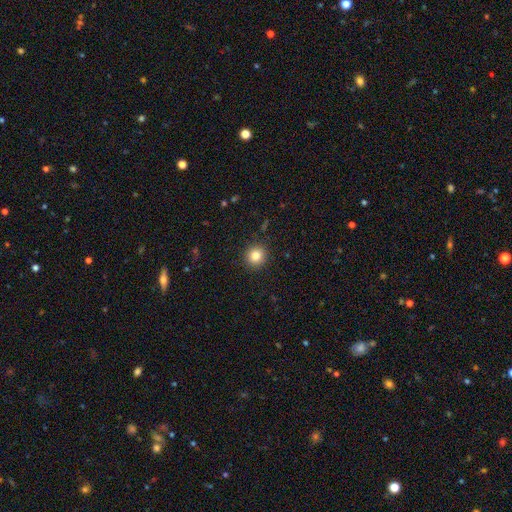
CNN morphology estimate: Smooth or featured? Predicted: smooth (p=0.82). How rounded? Predicted: round (p=0.91). Merging? Predicted: none (p=0.91).